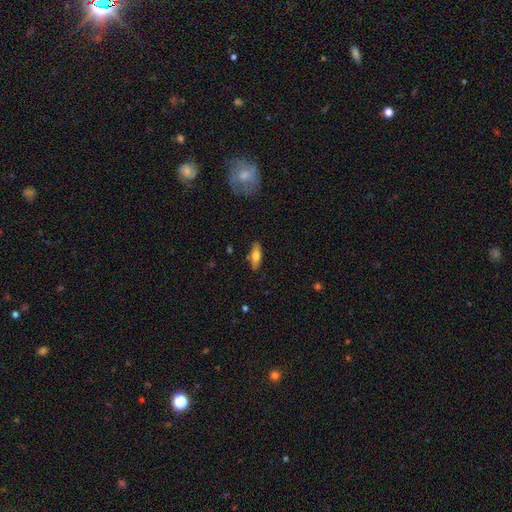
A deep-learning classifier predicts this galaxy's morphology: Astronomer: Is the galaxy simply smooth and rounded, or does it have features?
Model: smooth — 69%.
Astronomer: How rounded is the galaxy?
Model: in between — 58% (runner-up: cigar-shaped, 40%).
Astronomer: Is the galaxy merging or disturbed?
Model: none — 82%.